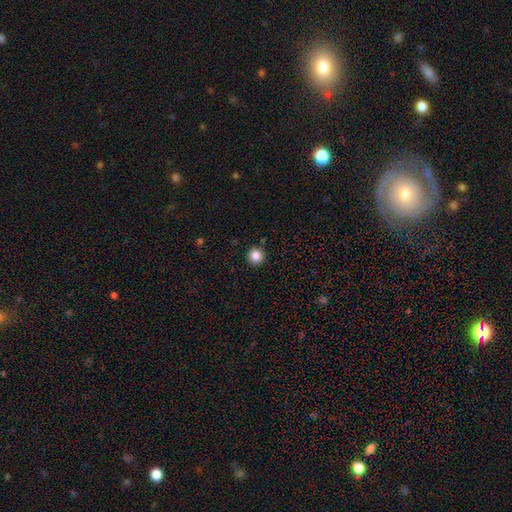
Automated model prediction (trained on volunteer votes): Smooth or featured? Predicted: smooth (p=0.85). How rounded? Predicted: round (p=0.96). Merging? Predicted: none (p=0.92).